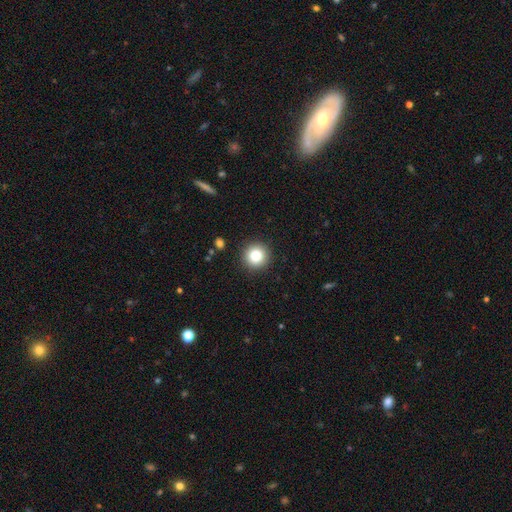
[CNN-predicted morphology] Smooth or featured: smooth — 84% (star or artifact — 10%)
How rounded: round — 95% (in between — 4%)
Merging: none — 91% (minor disturbance — 6%)